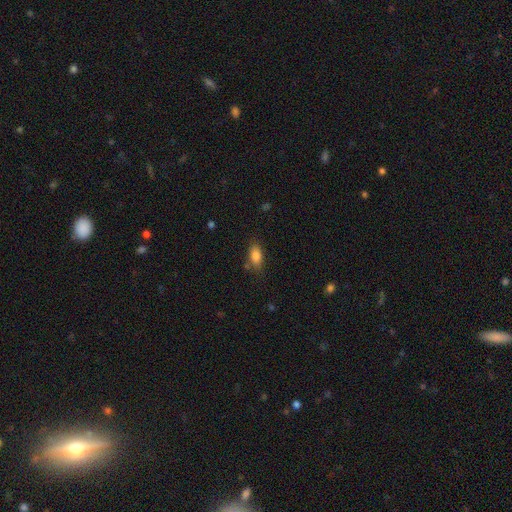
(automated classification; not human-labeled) The model was most divided on "merging": none: 75%, minor disturbance: 17%, major disturbance: 4%, merger: 4%. More confident: how rounded — in between (88%); smooth or featured — smooth (83%).